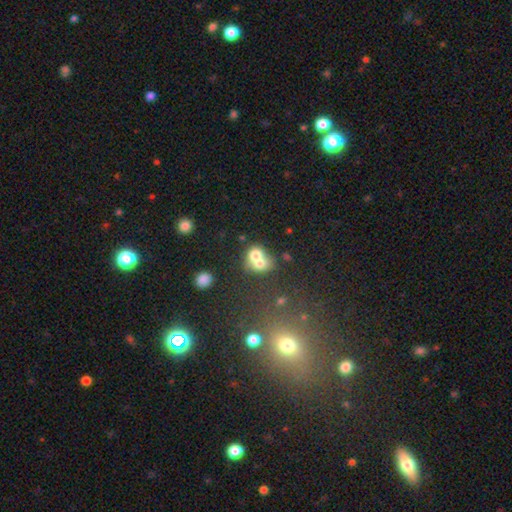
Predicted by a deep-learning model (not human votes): Overall: smooth (67%). How rounded: round (64%; in between 35%). Merging: merger (71%).